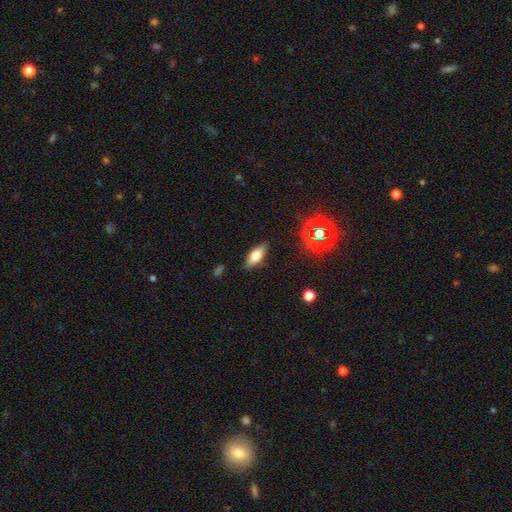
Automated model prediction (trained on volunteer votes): This appears to be a smooth galaxy with no disk features (62%) that is in between round and cigar-shaped (71%). Merging: none (86%).